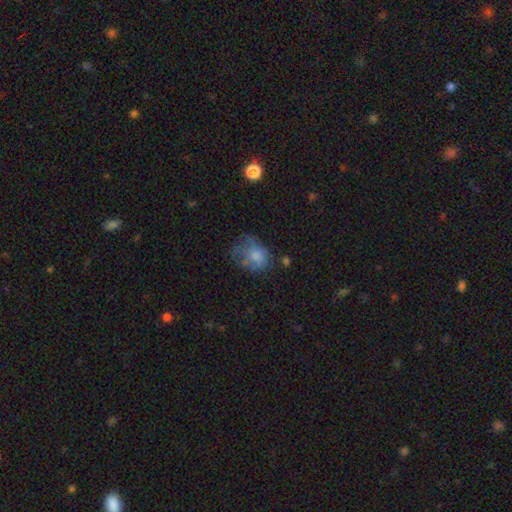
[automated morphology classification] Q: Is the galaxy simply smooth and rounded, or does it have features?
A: smooth — 63%.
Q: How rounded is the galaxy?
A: in between — 50%.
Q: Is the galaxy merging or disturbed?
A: none — 42%.